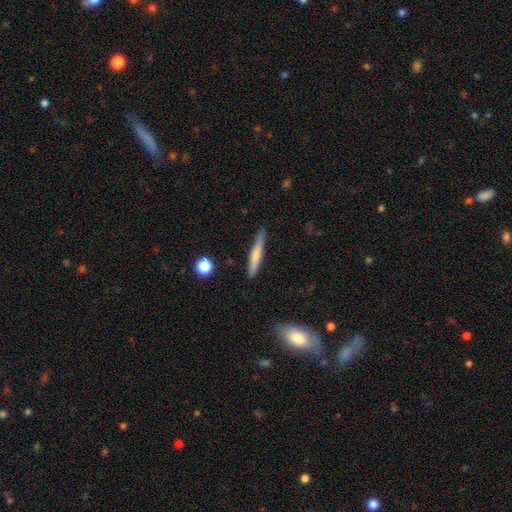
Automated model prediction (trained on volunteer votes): Smooth or featured?
  - smooth: 64% *
  - featured or disk: 30%
  - star or artifact: 6%
How rounded?
  - cigar-shaped: 93% *
  - in between: 5%
  - round: 2%
Merging?
  - none: 83% *
  - minor disturbance: 13%
  - major disturbance: 2%
  - merger: 2%